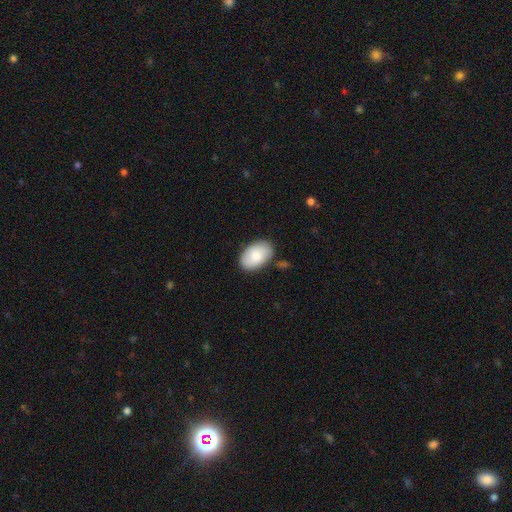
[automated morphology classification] smooth 81%, featured or disk 14%, star or artifact 6%. Down the decision tree: how rounded — in between (93%); merging — none (79%).